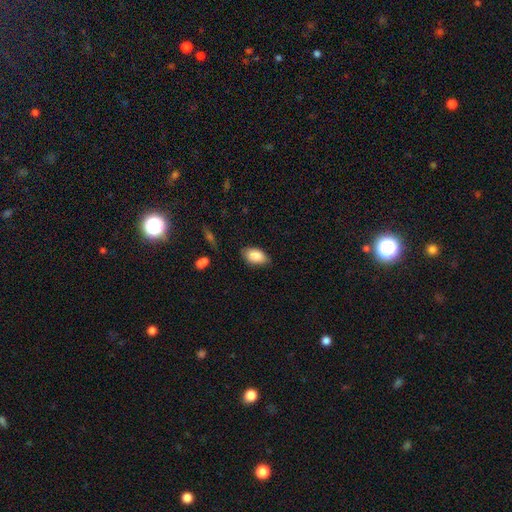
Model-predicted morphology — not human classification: smooth 87%, star or artifact 7%, featured or disk 6%. Down the decision tree: how rounded — in between (92%); merging — none (72%).